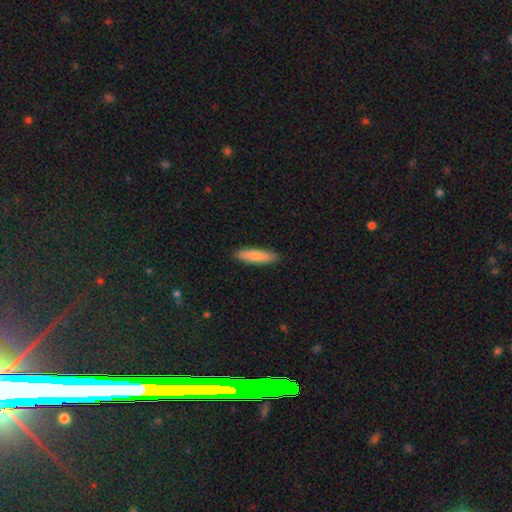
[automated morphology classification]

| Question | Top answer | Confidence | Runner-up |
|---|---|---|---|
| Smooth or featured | smooth | 84% | featured or disk (11%) |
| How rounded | cigar-shaped | 68% | in between (31%) |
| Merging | none | 89% | minor disturbance (9%) |